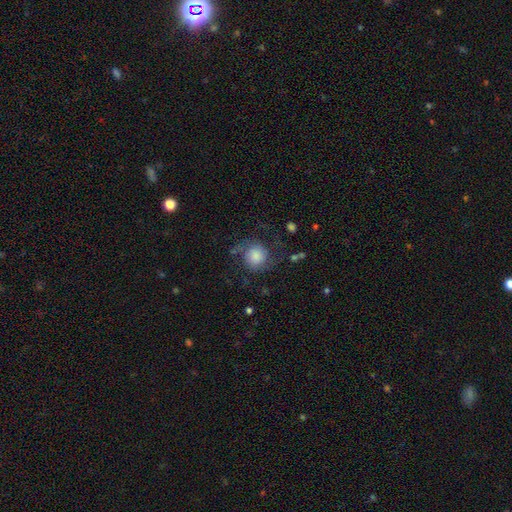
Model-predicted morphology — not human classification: The model was most divided on "smooth or featured": smooth: 49%, featured or disk: 42%, star or artifact: 10%. More confident: merging — none (61%).